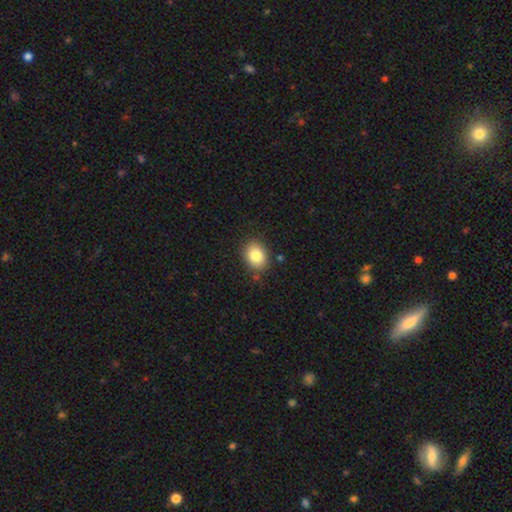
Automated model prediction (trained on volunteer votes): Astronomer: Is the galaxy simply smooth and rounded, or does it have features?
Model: smooth — 83%.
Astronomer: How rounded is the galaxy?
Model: in between — 58% (runner-up: round, 41%).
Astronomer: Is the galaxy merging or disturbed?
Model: none — 84%.